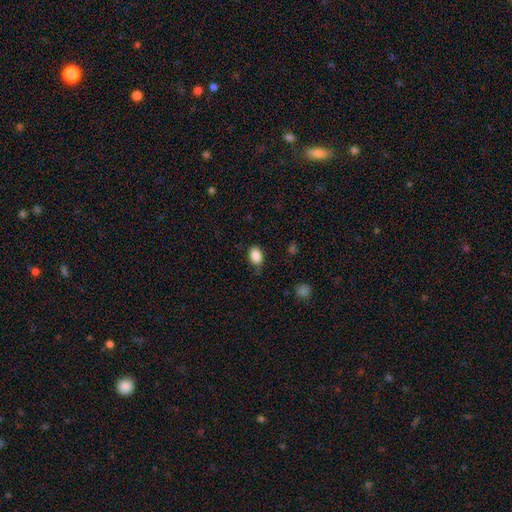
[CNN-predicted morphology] Smooth or featured? smooth (87%)
How rounded? in between (82%)
Merging? none (71%)